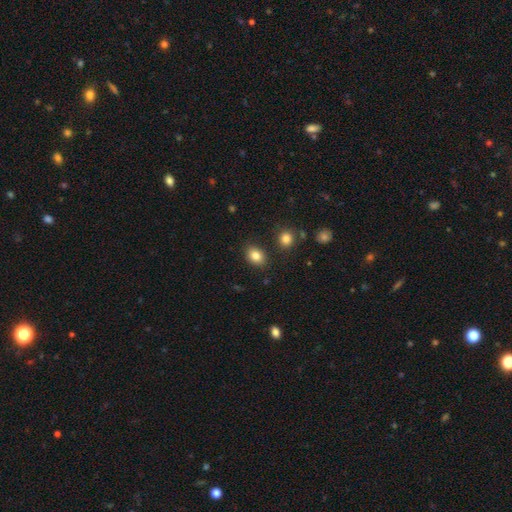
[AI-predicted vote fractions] Q: Smooth or featured?
A: smooth (84%); runner-up: star or artifact (10%)
Q: How rounded?
A: in between (67%); runner-up: round (31%)
Q: Merging?
A: none (85%); runner-up: minor disturbance (9%)